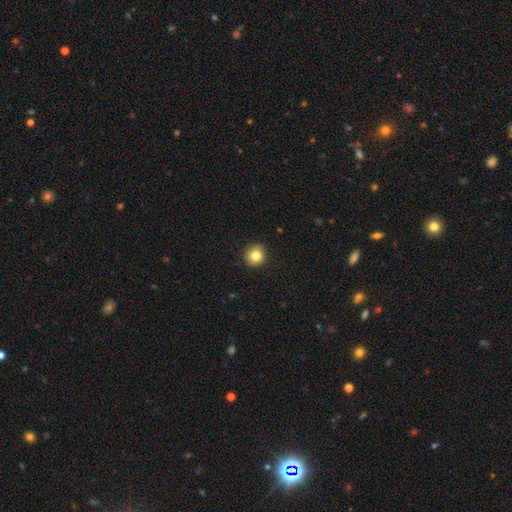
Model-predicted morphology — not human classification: This is clearly a smooth galaxy (83%). How rounded: clearly round (90%). Merging: clearly none (90%).